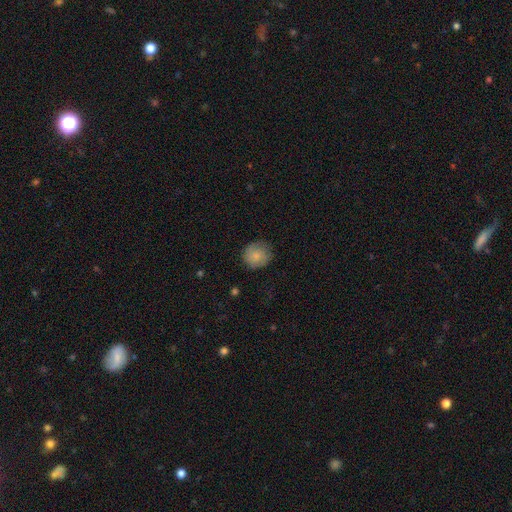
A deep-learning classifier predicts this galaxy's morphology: The model was most divided on "merging": none: 76%, minor disturbance: 18%, major disturbance: 5%, merger: 1%. More confident: how rounded — round (88%); smooth or featured — smooth (78%).